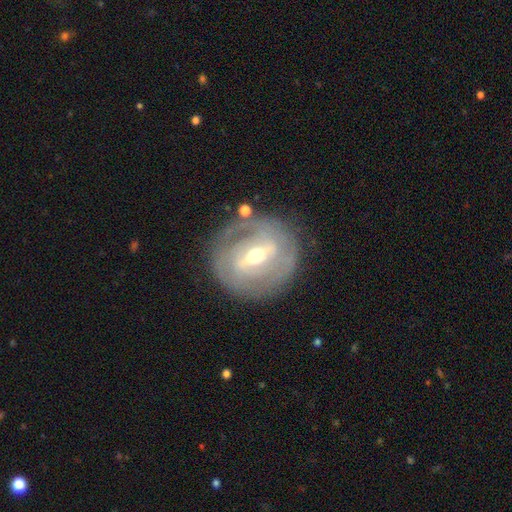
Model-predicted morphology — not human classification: Smooth or featured: featured or disk — 79% (smooth — 15%)
Edge-on disk: no — 93% (yes — 7%)
Bar: strong — 53% (weak — 35%)
Spiral arms: yes — 67% (no — 33%)
Bulge size: moderate — 62% (small — 32%)
Merging: none — 79% (minor disturbance — 13%)